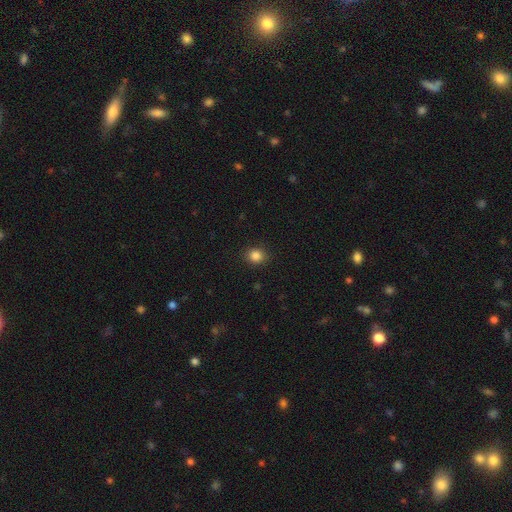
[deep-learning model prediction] smooth-or-featured: smooth: 85% | star or artifact: 11% | featured or disk: 4%
  how-rounded: round: 76% | in between: 23% | cigar-shaped: 1%
  merging: none: 89% | minor disturbance: 7% | major disturbance: 2% | merger: 1%